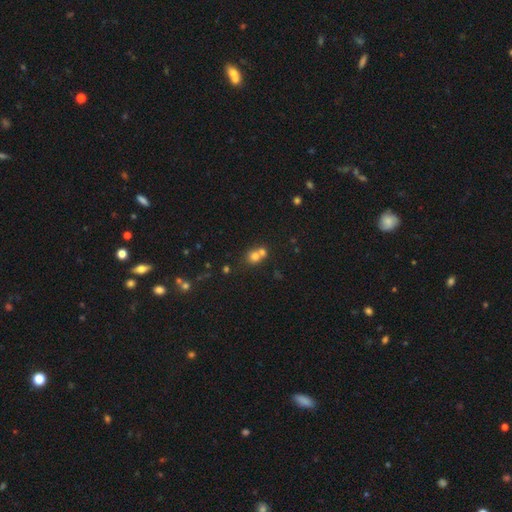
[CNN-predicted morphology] This appears to be a smooth galaxy with no disk features (66%) that is round (78%). Merging: merger (50%).